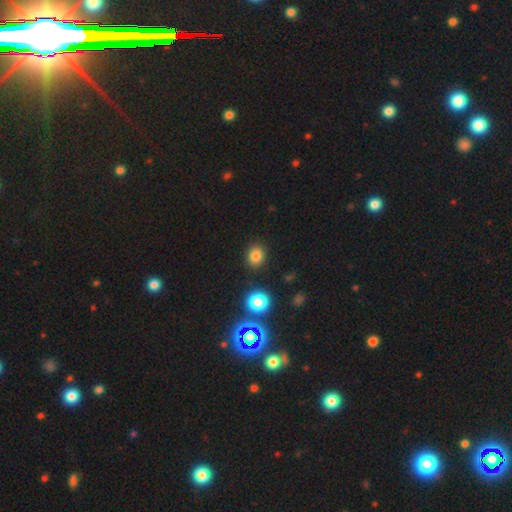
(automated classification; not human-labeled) smooth 79%, star or artifact 16%, featured or disk 5%. Down the decision tree: how rounded — round (65%); merging — none (88%).